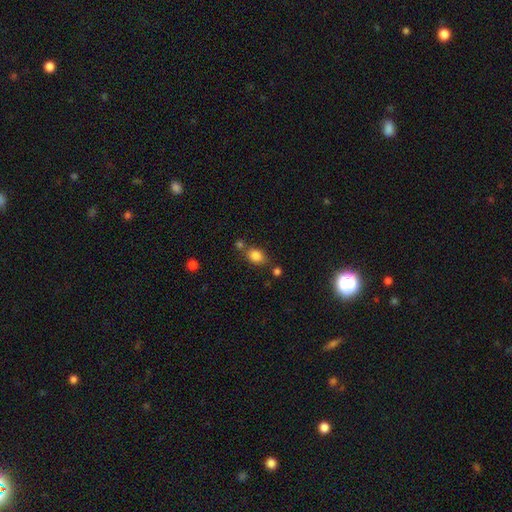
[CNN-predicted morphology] Smooth or featured? Predicted: smooth (p=0.83). How rounded? Predicted: in between (p=0.65). Merging? Predicted: none (p=0.63).